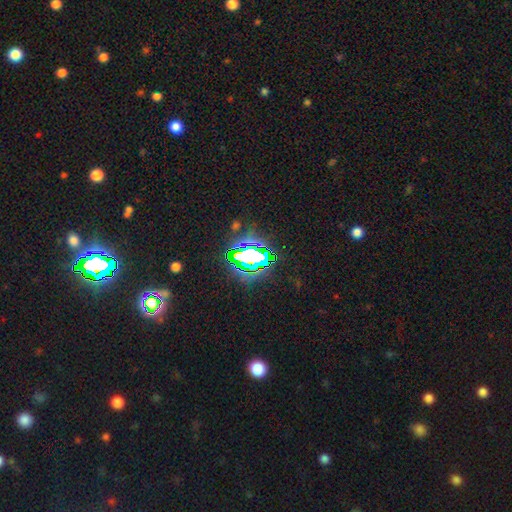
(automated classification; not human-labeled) Smooth or featured?
  - star or artifact: 70% *
  - smooth: 18%
  - featured or disk: 12%